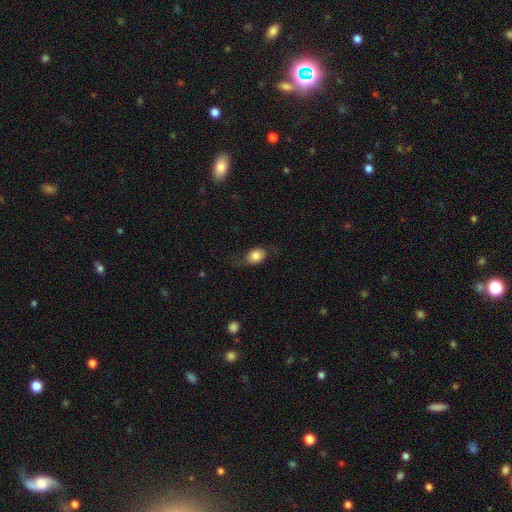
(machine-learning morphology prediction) smooth_or_featured: smooth (p=0.75) [alt: featured or disk p=0.18]
how_rounded: in between (p=0.67) [alt: round p=0.30]
merging: none (p=0.63) [alt: minor disturbance p=0.22]